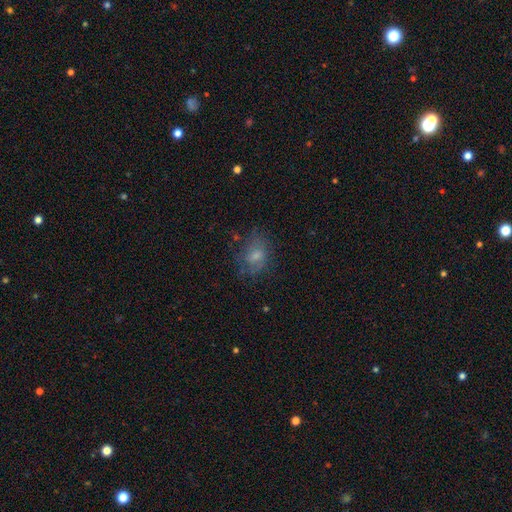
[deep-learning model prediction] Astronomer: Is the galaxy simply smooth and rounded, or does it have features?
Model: smooth — 49% (runner-up: featured or disk, 33%).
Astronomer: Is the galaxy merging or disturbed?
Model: none — 65%.